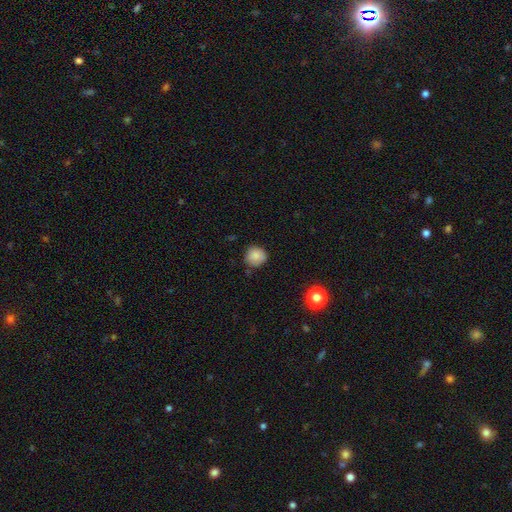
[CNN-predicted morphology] Smooth or featured? Predicted: smooth (p=0.85). How rounded? Predicted: round (p=0.89). Merging? Predicted: none (p=0.77).